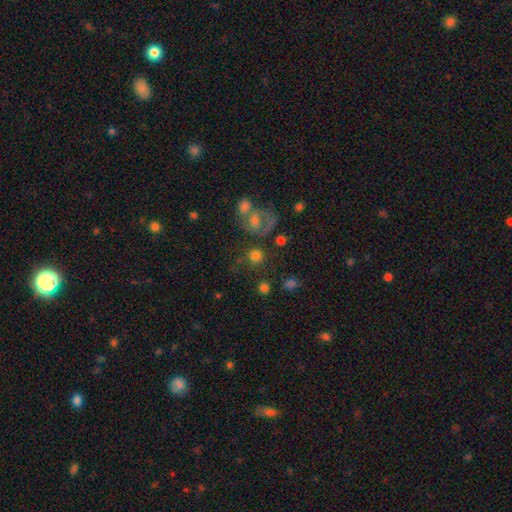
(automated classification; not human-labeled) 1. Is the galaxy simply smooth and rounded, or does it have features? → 74% smooth, 15% star or artifact, 12% featured or disk.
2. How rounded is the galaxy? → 89% round, 10% in between, 1% cigar-shaped.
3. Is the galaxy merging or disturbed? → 62% none, 17% merger, 12% minor disturbance, 9% major disturbance.